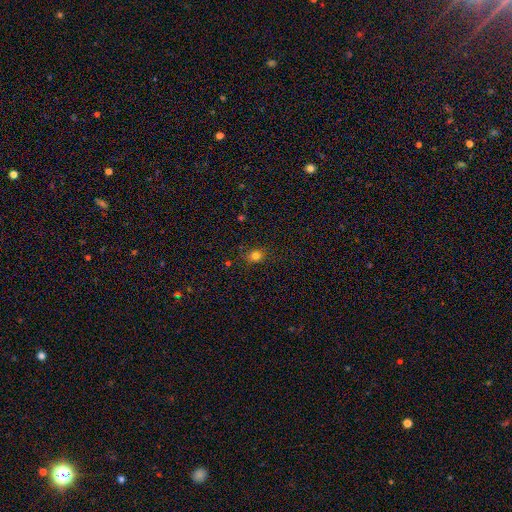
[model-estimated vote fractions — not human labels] Smooth or featured? Predicted: smooth (p=0.79). How rounded? Predicted: round (p=0.64). Merging? Predicted: none (p=0.82).